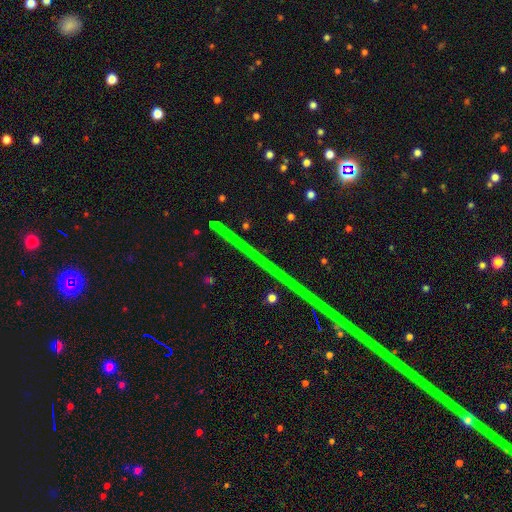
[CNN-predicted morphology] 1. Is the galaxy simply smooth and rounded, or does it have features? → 84% star or artifact, 9% featured or disk, 7% smooth.